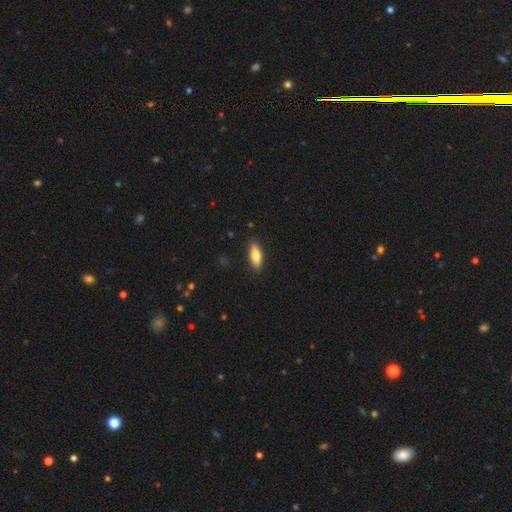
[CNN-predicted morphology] Smooth or featured?
  - smooth: 81% *
  - featured or disk: 13%
  - star or artifact: 6%
How rounded?
  - in between: 72% *
  - cigar-shaped: 26%
  - round: 2%
Merging?
  - none: 88% *
  - minor disturbance: 9%
  - major disturbance: 2%
  - merger: 1%